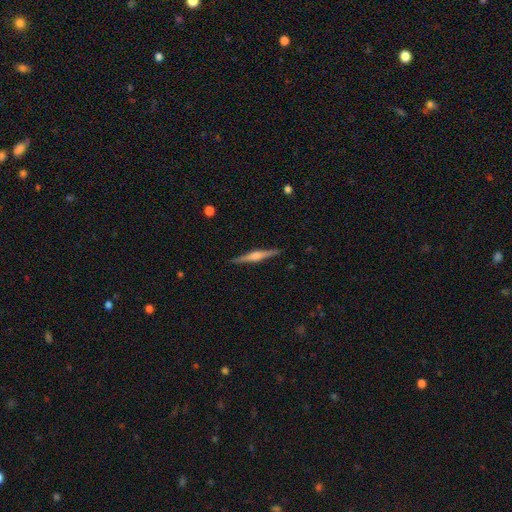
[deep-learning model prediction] A featured or disk galaxy (75%) viewed edge-on (98%) with a rounded central bulge (77%). Merging: none (91%).